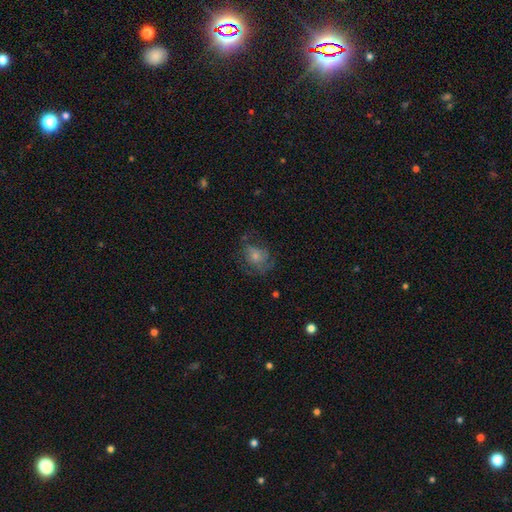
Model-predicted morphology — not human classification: Q: Smooth or featured?
A: featured or disk (46%); runner-up: smooth (37%)
Q: Merging?
A: none (58%); runner-up: minor disturbance (21%)